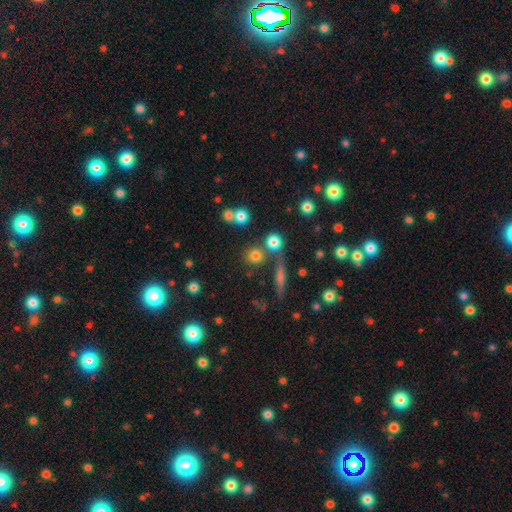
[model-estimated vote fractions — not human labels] Smooth or featured: smooth — 76% (star or artifact — 14%)
How rounded: round — 89% (in between — 8%)
Merging: none — 70% (merger — 18%)